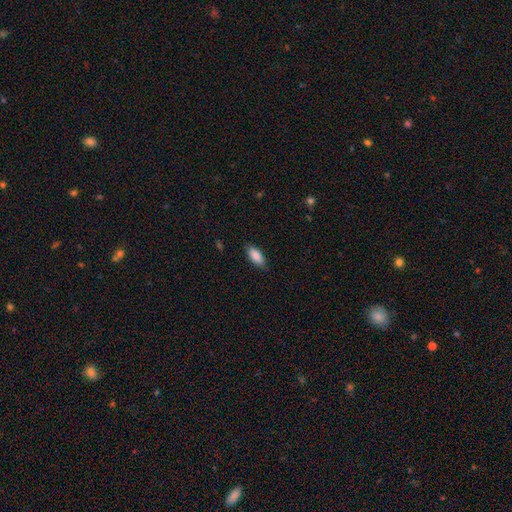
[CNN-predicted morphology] The model was most divided on "how rounded": in between: 82%, cigar-shaped: 16%, round: 2%. More confident: smooth or featured — smooth (89%); merging — none (85%).